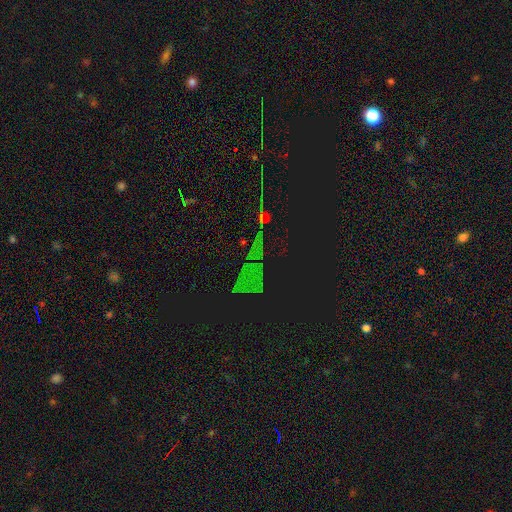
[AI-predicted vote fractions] Smooth or featured: star or artifact — 79% (smooth — 12%)